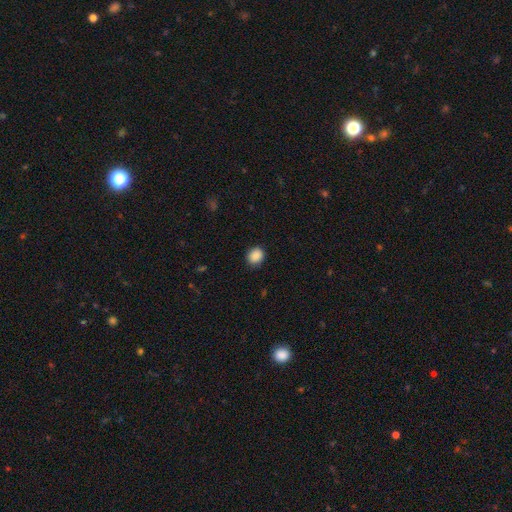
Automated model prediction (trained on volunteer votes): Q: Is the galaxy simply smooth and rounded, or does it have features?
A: smooth — 89%.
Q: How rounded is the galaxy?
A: round — 68%.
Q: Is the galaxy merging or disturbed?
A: none — 86%.